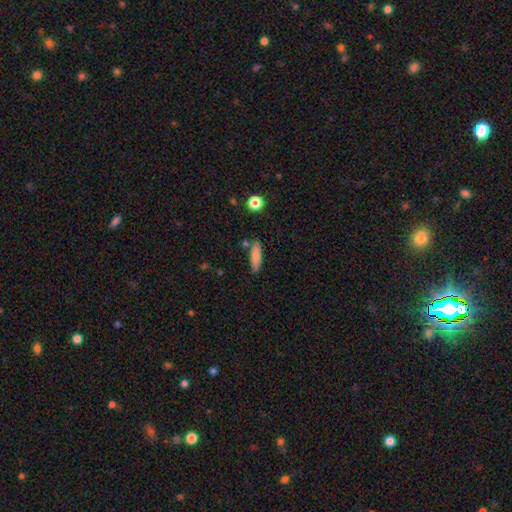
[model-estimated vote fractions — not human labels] Smooth or featured: smooth — 82% (featured or disk — 11%)
How rounded: cigar-shaped — 55% (in between — 43%)
Merging: none — 79% (minor disturbance — 12%)